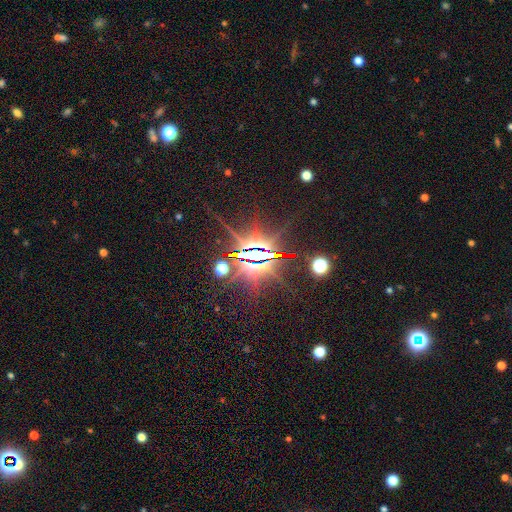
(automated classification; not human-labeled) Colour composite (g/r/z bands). It shows a star or artifact, not a galaxy (80%).